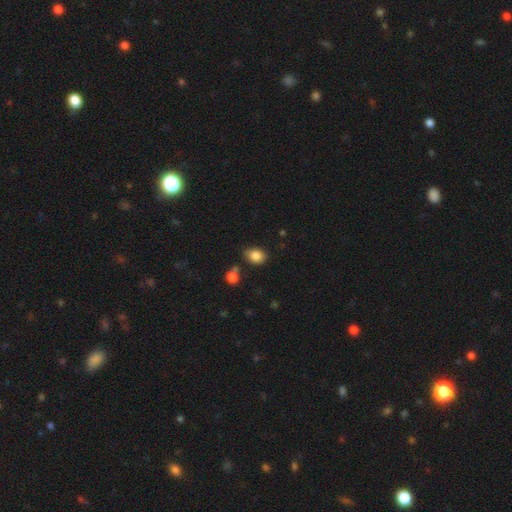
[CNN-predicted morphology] This appears to be a smooth galaxy with no disk features (85%) that is in between round and cigar-shaped (67%). Merging: none (72%).